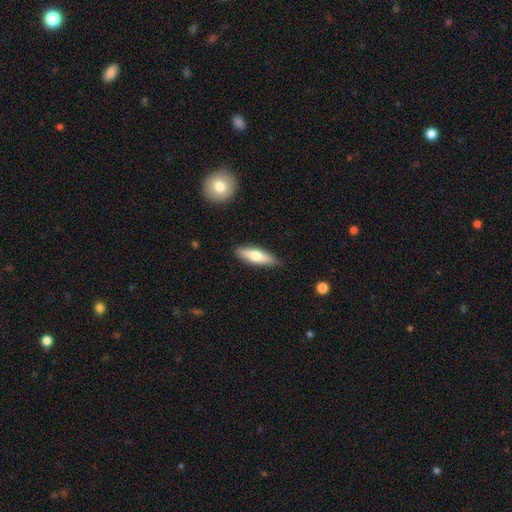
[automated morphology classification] Q: Smooth or featured?
A: smooth (60%); runner-up: featured or disk (34%)
Q: How rounded?
A: cigar-shaped (61%); runner-up: in between (37%)
Q: Merging?
A: none (87%); runner-up: minor disturbance (9%)